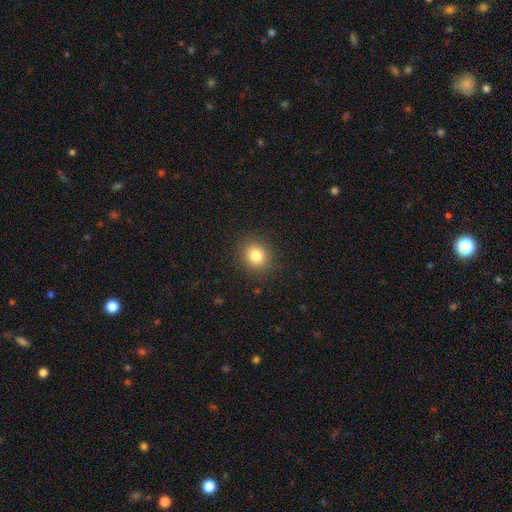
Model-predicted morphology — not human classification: type=smooth (81%); roundness=round (78%); merging=none (90%).